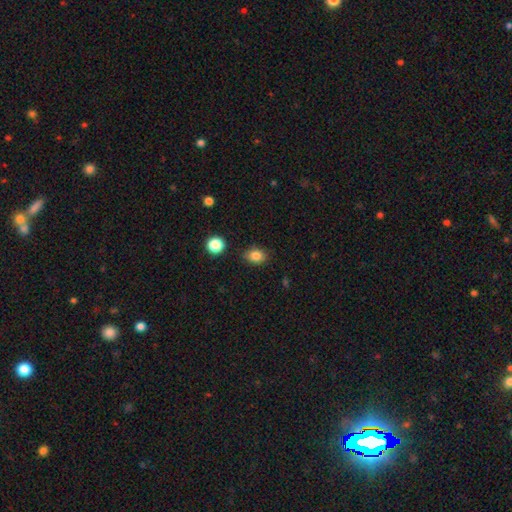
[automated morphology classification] This appears to be a smooth galaxy with no disk features (84%) that is in between round and cigar-shaped (58%). Merging: none (83%).